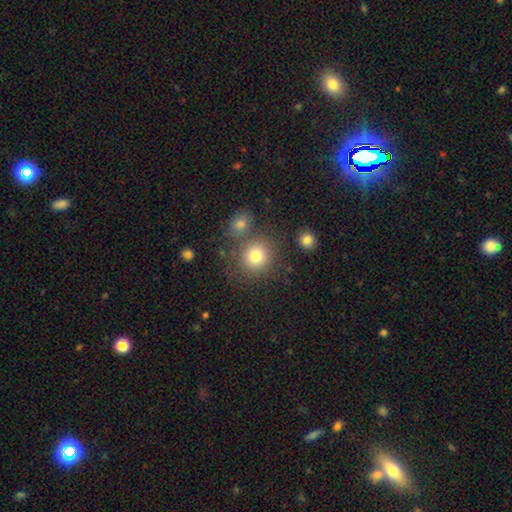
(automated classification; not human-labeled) smooth 79%, star or artifact 13%, featured or disk 8%. Down the decision tree: how rounded — round (86%); merging — none (71%).